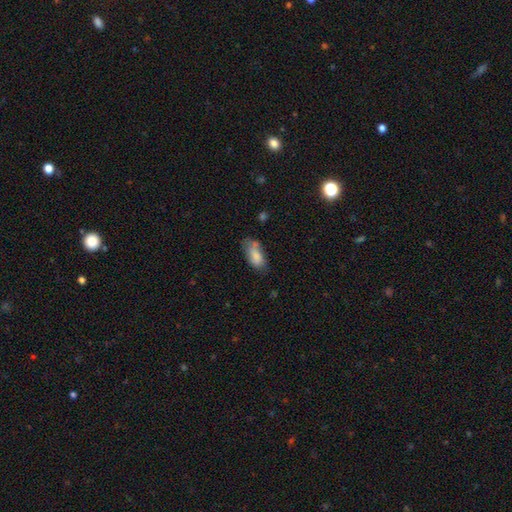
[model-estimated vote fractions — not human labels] smooth-or-featured: smooth: 81% | featured or disk: 11% | star or artifact: 8%
  how-rounded: in between: 90% | cigar-shaped: 7% | round: 3%
  merging: none: 48% | minor disturbance: 31% | major disturbance: 11% | merger: 10%